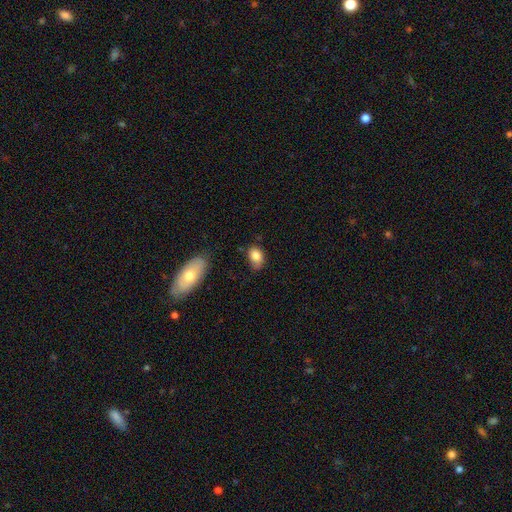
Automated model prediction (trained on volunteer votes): Morphology: type=smooth (82%); roundness=in between (78%); merging=none (52%).